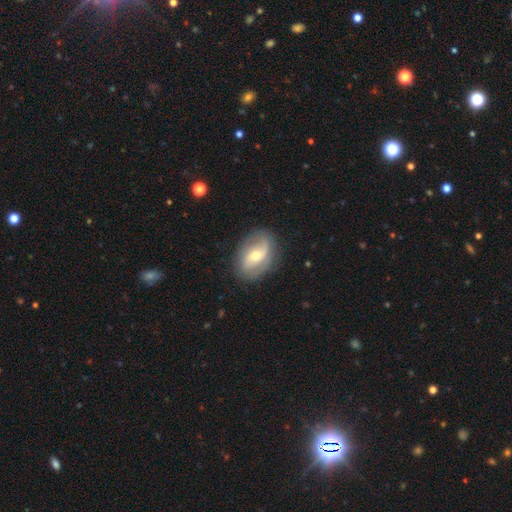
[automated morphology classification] A featured or disk galaxy (68%) with no bar (41%), 2 (75%) loose (39%) spiral arms (80%) and a moderate central bulge (54%). Merging: none (79%).